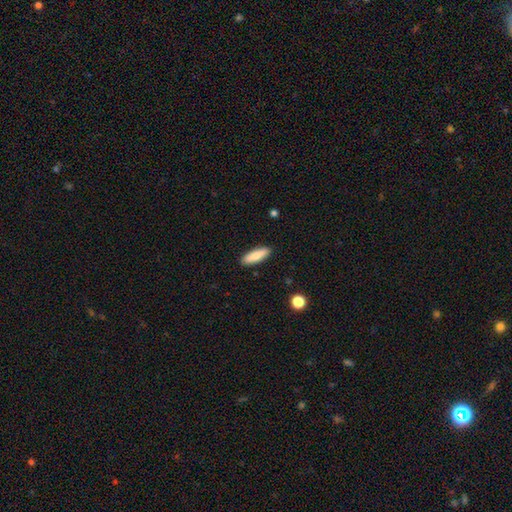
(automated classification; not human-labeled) A smooth galaxy with no disk features (81%) that is cigar-shaped (51%). Merging: none (90%).